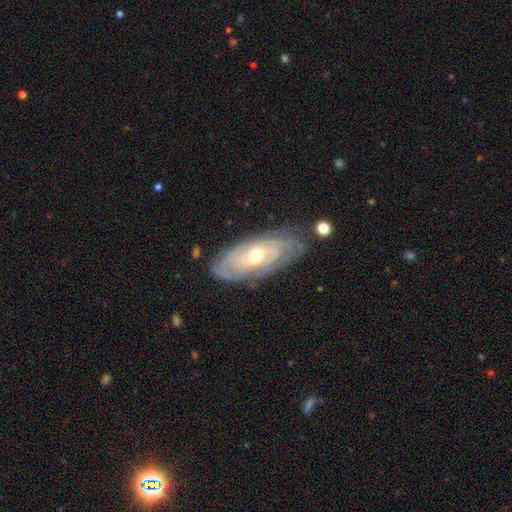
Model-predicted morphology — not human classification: Smooth or featured? featured or disk (77%)
Edge-on disk? no (89%)
Bar? no (61%)
Spiral arms? yes (81%)
Spiral winding? tight (72%)
Spiral arm count? can't tell (59%)
Bulge size? moderate (64%)
Merging? none (72%)